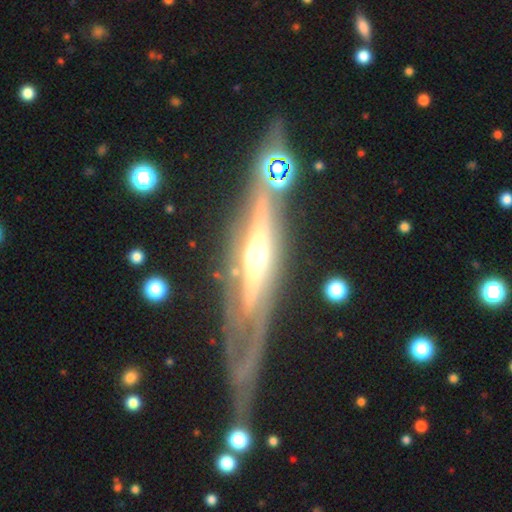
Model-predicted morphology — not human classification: featured or disk 84%, smooth 10%, star or artifact 6%. Down the decision tree: edge-on disk — yes (76%); edge-on bulge — rounded (77%); merging — none (59%).